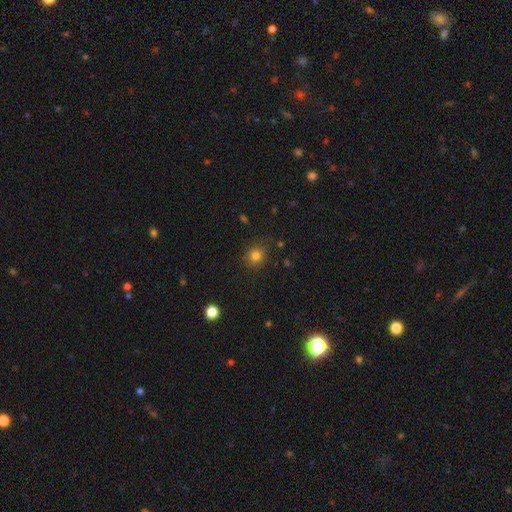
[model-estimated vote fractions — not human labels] smooth 80%, star or artifact 14%, featured or disk 6%. Down the decision tree: how rounded — round (81%); merging — none (84%).